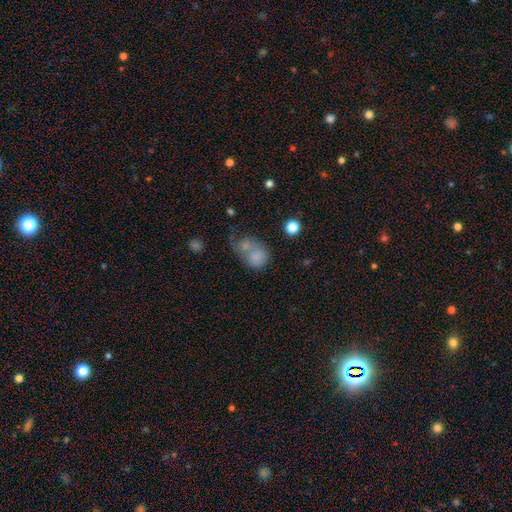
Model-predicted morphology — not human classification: Smooth or featured: smooth — 75% (featured or disk — 14%)
How rounded: round — 54% (in between — 45%)
Merging: merger — 49% (none — 25%)